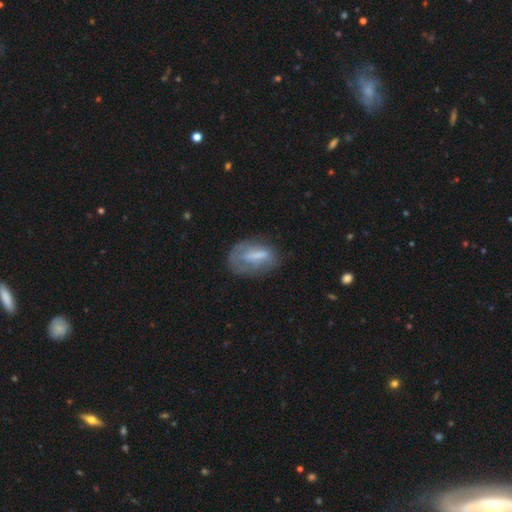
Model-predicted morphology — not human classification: Smooth or featured? smooth (51%)
How rounded? in between (77%)
Merging? none (50%)